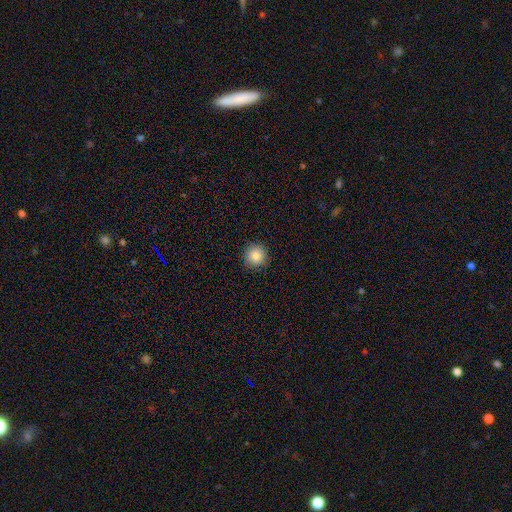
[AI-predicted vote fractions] This is clearly a smooth galaxy (85%). How rounded: clearly round (95%). Merging: clearly none (91%).